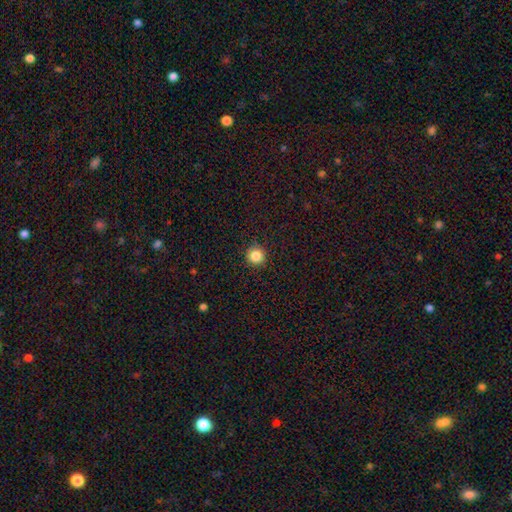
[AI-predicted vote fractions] Overall: smooth (85%). How rounded: round (95%). Merging: none (92%).